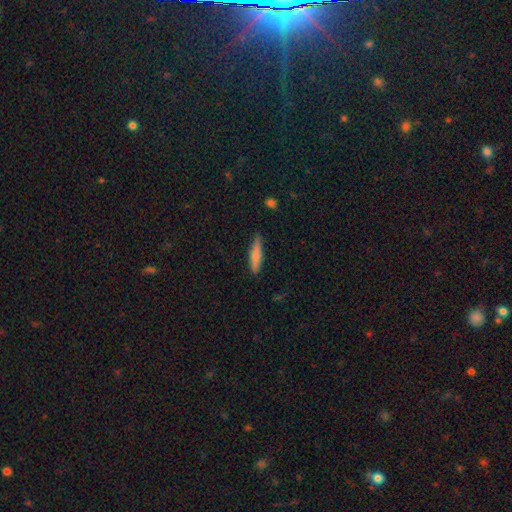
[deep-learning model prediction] A smooth galaxy with no disk features (71%) that is cigar-shaped (82%).

Vote fractions:
- Smooth or featured? smooth: 71% / featured or disk: 23% / star or artifact: 6%
- How rounded? cigar-shaped: 82% / in between: 17% / round: 2%
- Merging? none: 82% / minor disturbance: 14% / major disturbance: 2% / merger: 1%